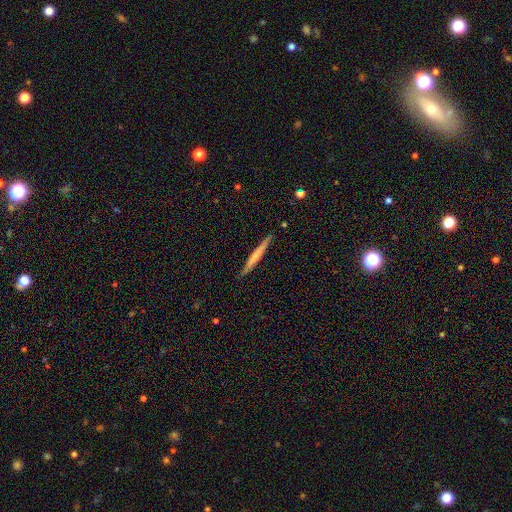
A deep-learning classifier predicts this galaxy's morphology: A smooth galaxy with no disk features (54%) that is cigar-shaped (96%).

Vote fractions:
- Smooth or featured? smooth: 54% / featured or disk: 41% / star or artifact: 5%
- How rounded? cigar-shaped: 96% / in between: 2% / round: 1%
- Merging? none: 88% / minor disturbance: 9% / major disturbance: 2% / merger: 1%